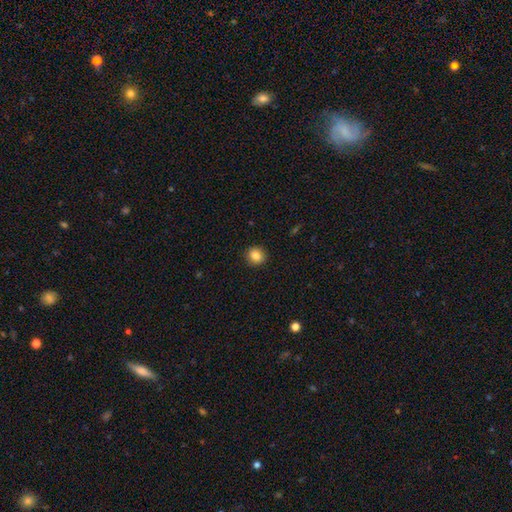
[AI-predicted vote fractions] Smooth or featured: smooth — 84% (star or artifact — 10%)
How rounded: round — 82% (in between — 17%)
Merging: none — 91% (minor disturbance — 6%)